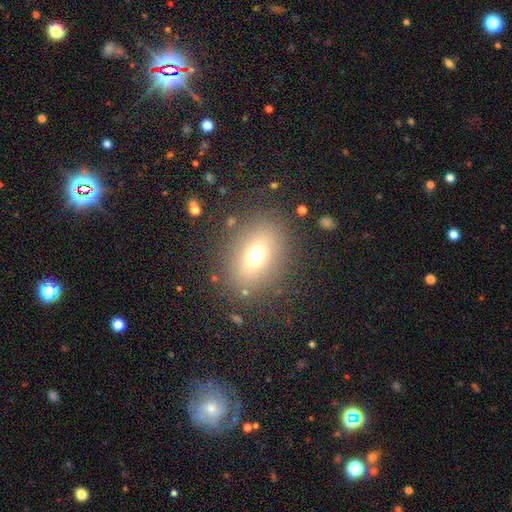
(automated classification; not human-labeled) Smooth or featured? Predicted: smooth (p=0.67). How rounded? Predicted: in between (p=0.59). Merging? Predicted: none (p=0.82).